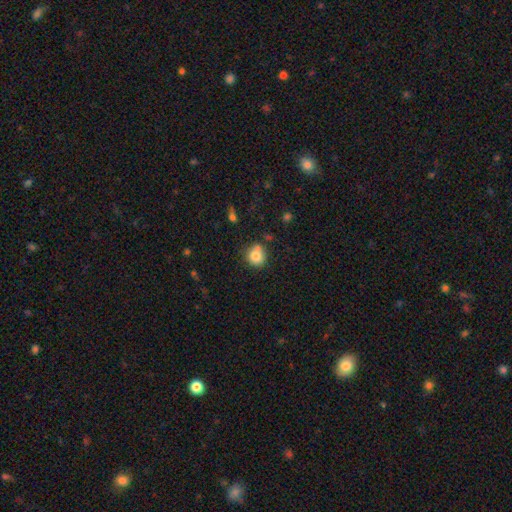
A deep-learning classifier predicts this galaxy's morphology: This is clearly a smooth galaxy (81%). How rounded: clearly round (84%). Merging: likely none (70%).